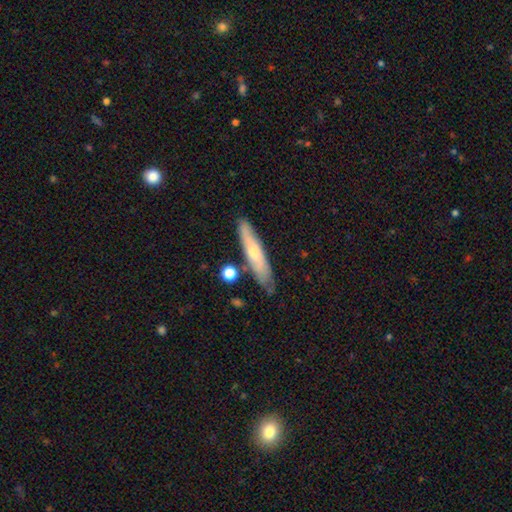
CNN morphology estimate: type=smooth (50%); merging=none (78%).